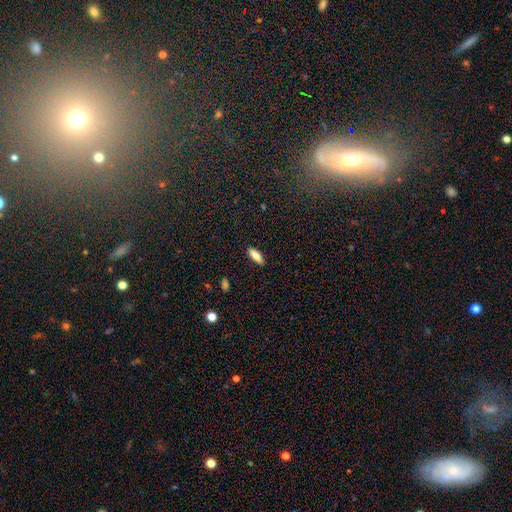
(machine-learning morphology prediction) smooth 78%, featured or disk 14%, star or artifact 7%. Down the decision tree: how rounded — in between (60%); merging — none (88%).